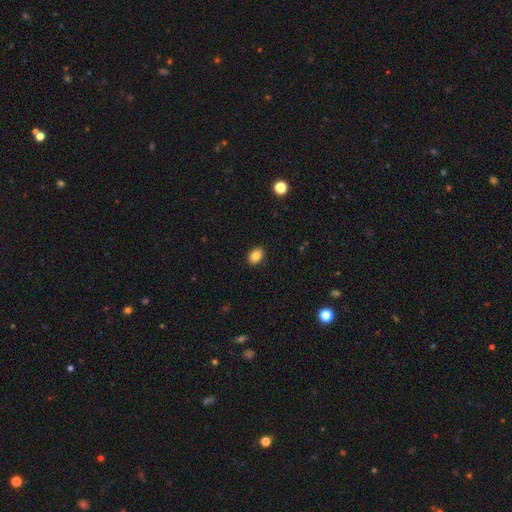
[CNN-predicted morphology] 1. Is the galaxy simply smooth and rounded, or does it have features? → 85% smooth, 9% star or artifact, 6% featured or disk.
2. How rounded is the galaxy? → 80% in between, 19% round, 1% cigar-shaped.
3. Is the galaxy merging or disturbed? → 90% none, 7% minor disturbance, 2% major disturbance, 1% merger.